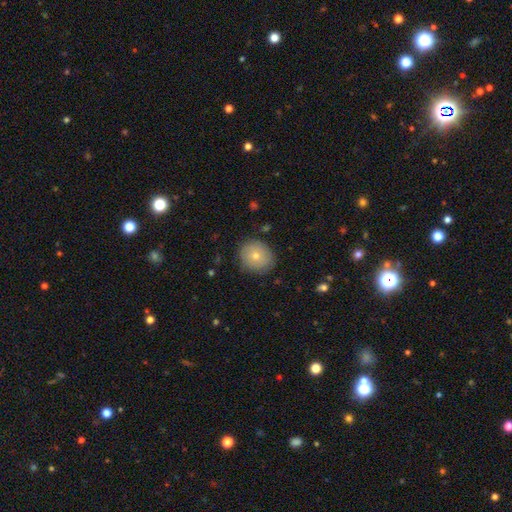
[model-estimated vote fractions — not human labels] This appears to be a smooth galaxy with no disk features (68%) that is round (79%). Merging: none (85%).